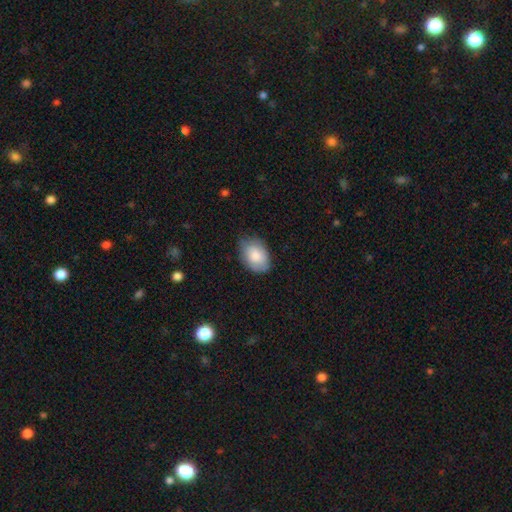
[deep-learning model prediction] Smooth or featured? Predicted: smooth (p=0.84). How rounded? Predicted: in between (p=0.85). Merging? Predicted: none (p=0.72).